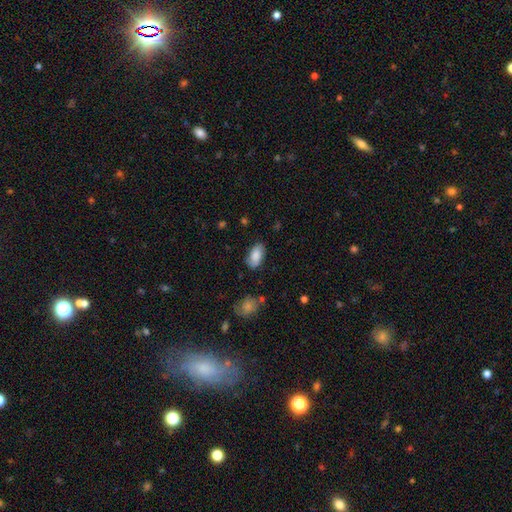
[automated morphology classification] type=smooth (82%); roundness=in between (93%); merging=none (77%).